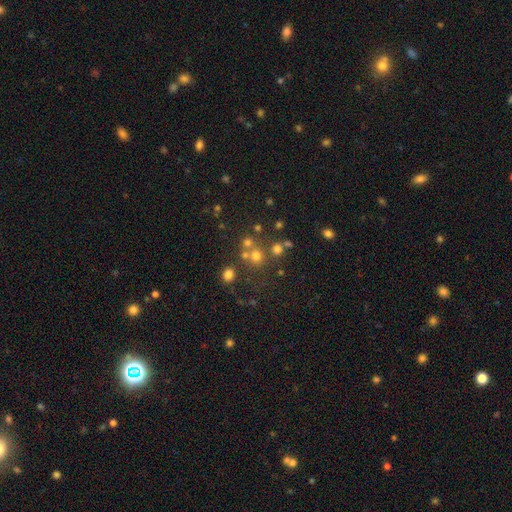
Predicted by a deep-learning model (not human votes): A smooth galaxy with no disk features (56%) that is round (89%).

Vote fractions:
- Smooth or featured? smooth: 56% / star or artifact: 30% / featured or disk: 13%
- How rounded? round: 89% / in between: 10% / cigar-shaped: 1%
- Merging? none: 62% / merger: 26% / minor disturbance: 8% / major disturbance: 4%